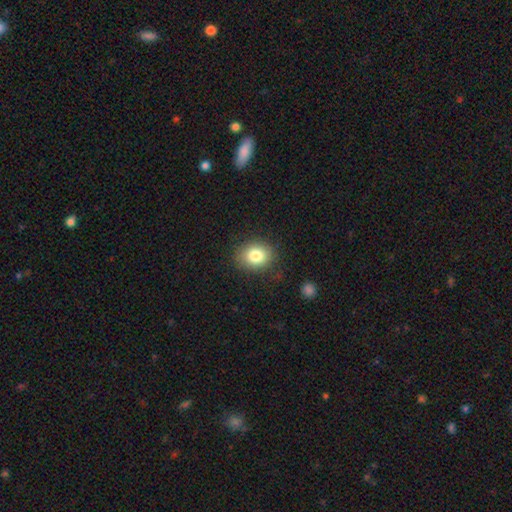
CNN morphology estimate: Smooth or featured: smooth — 82% (star or artifact — 10%)
How rounded: round — 58% (in between — 42%)
Merging: none — 84% (minor disturbance — 11%)